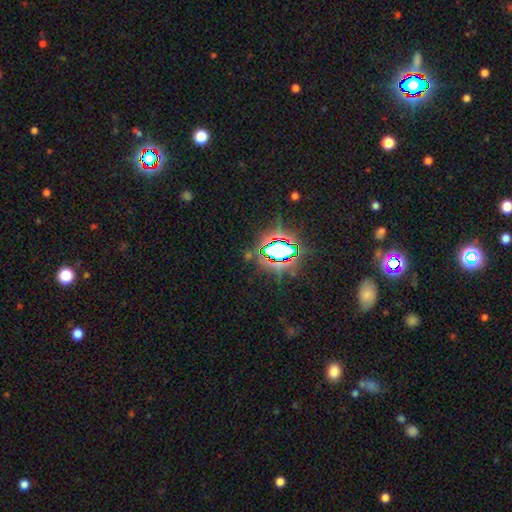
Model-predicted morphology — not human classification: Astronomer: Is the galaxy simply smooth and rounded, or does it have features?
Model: star or artifact — 81%.